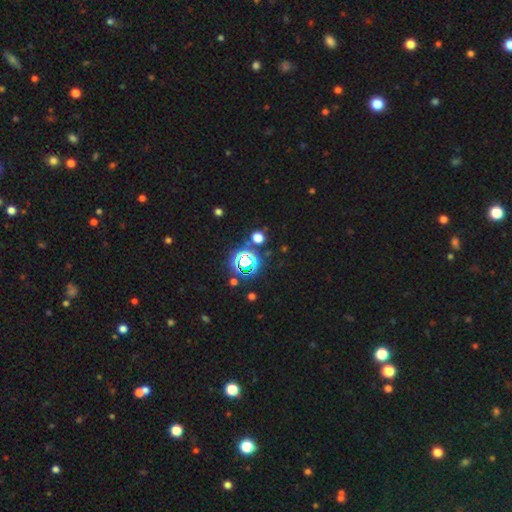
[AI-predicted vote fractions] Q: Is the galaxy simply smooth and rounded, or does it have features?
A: star or artifact — 75%.